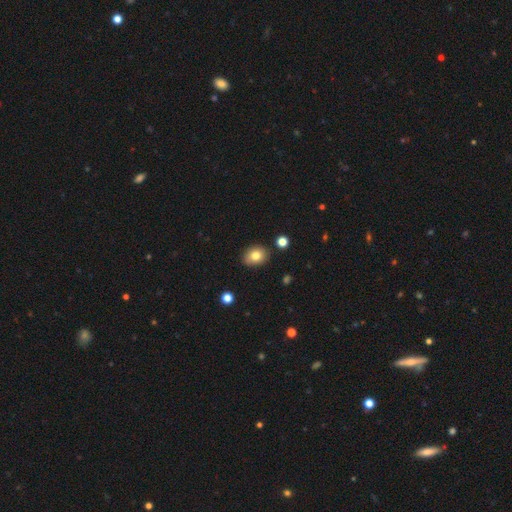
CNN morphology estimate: The model was most divided on "how rounded": in between: 54%, round: 45%, cigar-shaped: 1%. More confident: merging — none (83%); smooth or featured — smooth (79%).